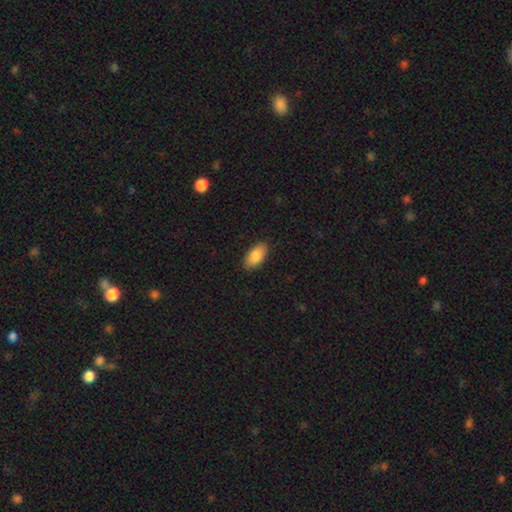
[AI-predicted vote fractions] Smooth or featured? Predicted: smooth (p=0.86). How rounded? Predicted: in between (p=0.93). Merging? Predicted: none (p=0.88).